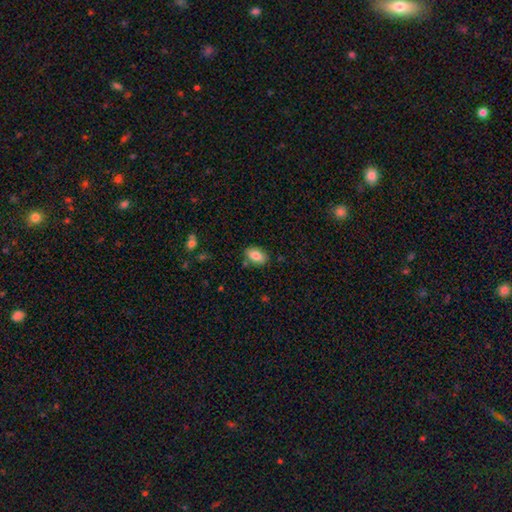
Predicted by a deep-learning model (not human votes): smooth 83%, featured or disk 9%, star or artifact 8%. Down the decision tree: how rounded — in between (89%); merging — none (81%).